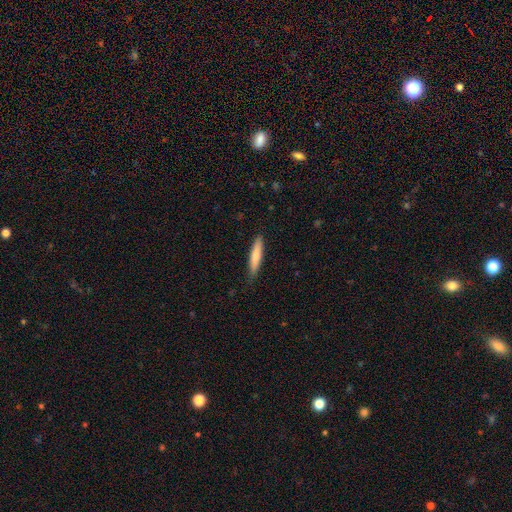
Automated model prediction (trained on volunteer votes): Morphology: type=smooth (70%); roundness=cigar-shaped (85%); merging=none (85%).